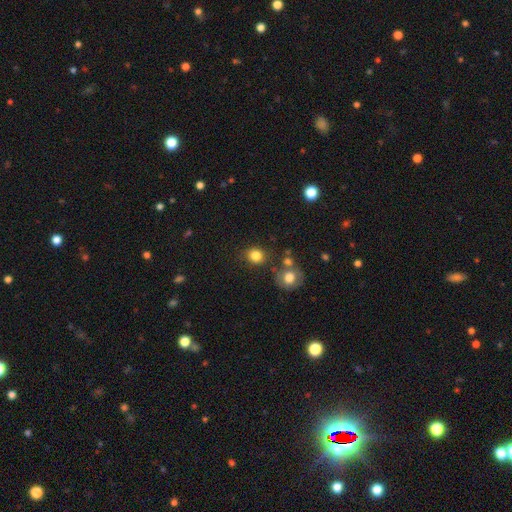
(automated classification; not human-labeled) Smooth or featured?
  - smooth: 82% *
  - star or artifact: 11%
  - featured or disk: 6%
How rounded?
  - round: 79% *
  - in between: 20%
  - cigar-shaped: 1%
Merging?
  - none: 75% *
  - minor disturbance: 11%
  - merger: 9%
  - major disturbance: 4%